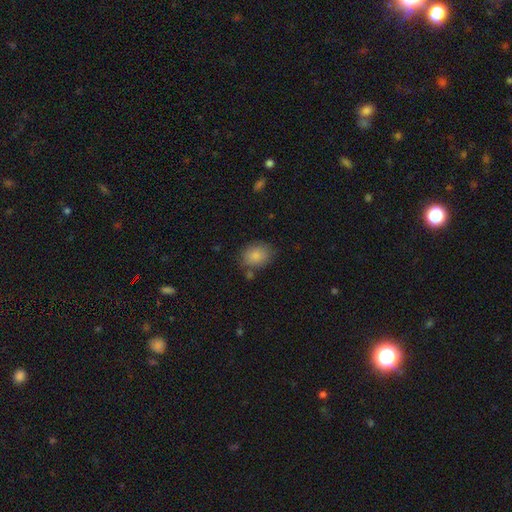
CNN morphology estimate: Smooth or featured?
  - smooth: 86% *
  - star or artifact: 8%
  - featured or disk: 7%
How rounded?
  - in between: 55% *
  - round: 44%
  - cigar-shaped: 1%
Merging?
  - none: 73% *
  - minor disturbance: 17%
  - merger: 6%
  - major disturbance: 4%